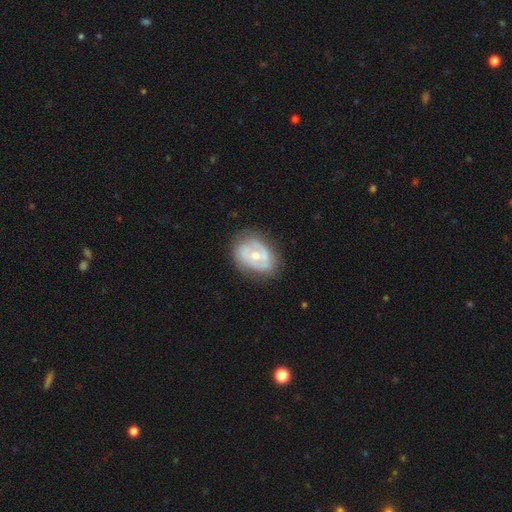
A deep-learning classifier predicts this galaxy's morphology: A featured or disk galaxy (66%) with no bar (70%), spiral arms (57%) and a moderate central bulge (58%).

Vote fractions:
- Smooth or featured? featured or disk: 66% / smooth: 28% / star or artifact: 6%
- Edge-on disk? no: 96% / yes: 4%
- Bar? no: 70% / weak: 24% / strong: 7%
- Spiral arms? yes: 57% / no: 43%
- Bulge size? moderate: 58% / small: 37% / large: 2% / none: 1% / dominant: 1%
- Merging? none: 66% / minor disturbance: 23% / major disturbance: 9% / merger: 2%